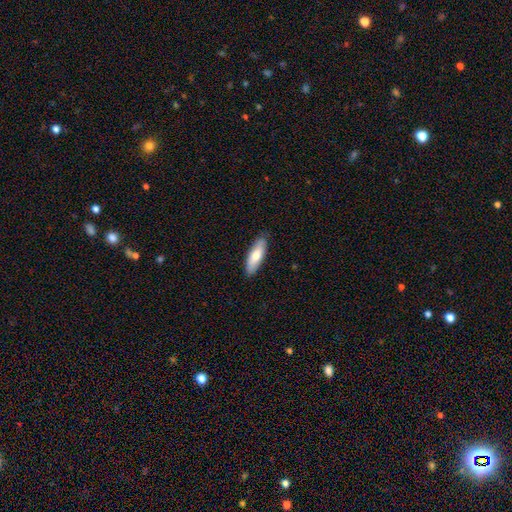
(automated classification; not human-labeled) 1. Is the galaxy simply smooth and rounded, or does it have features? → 72% smooth, 23% featured or disk, 5% star or artifact.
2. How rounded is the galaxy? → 56% in between, 43% cigar-shaped, 2% round.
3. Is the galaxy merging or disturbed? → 87% none, 10% minor disturbance, 2% major disturbance, 1% merger.